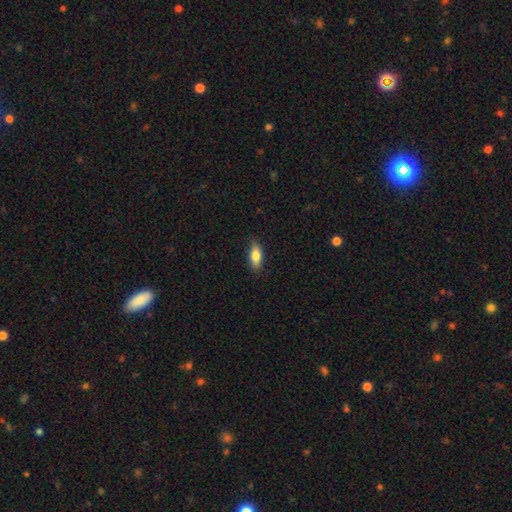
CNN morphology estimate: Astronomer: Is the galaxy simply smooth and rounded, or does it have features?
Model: smooth — 81%.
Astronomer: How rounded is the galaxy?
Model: in between — 79%.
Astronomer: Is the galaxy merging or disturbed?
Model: none — 86%.